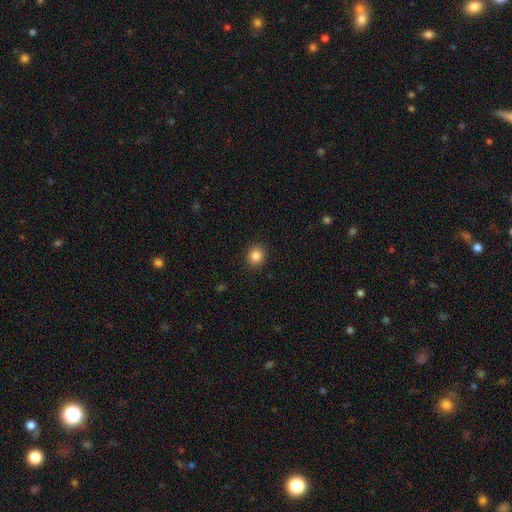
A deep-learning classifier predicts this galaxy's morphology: smooth-or-featured: smooth: 85% | star or artifact: 10% | featured or disk: 5%
  how-rounded: round: 75% | in between: 24% | cigar-shaped: 1%
  merging: none: 90% | minor disturbance: 7% | major disturbance: 2% | merger: 1%